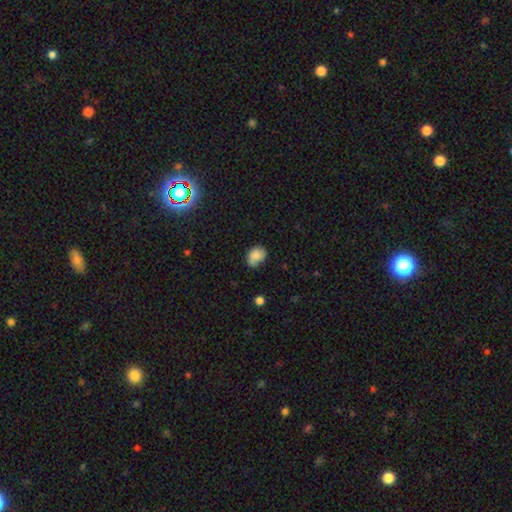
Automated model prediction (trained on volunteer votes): Smooth or featured?
  - smooth: 78% *
  - featured or disk: 12%
  - star or artifact: 10%
How rounded?
  - in between: 63% *
  - round: 36%
  - cigar-shaped: 1%
Merging?
  - none: 53% *
  - minor disturbance: 35%
  - major disturbance: 9%
  - merger: 3%